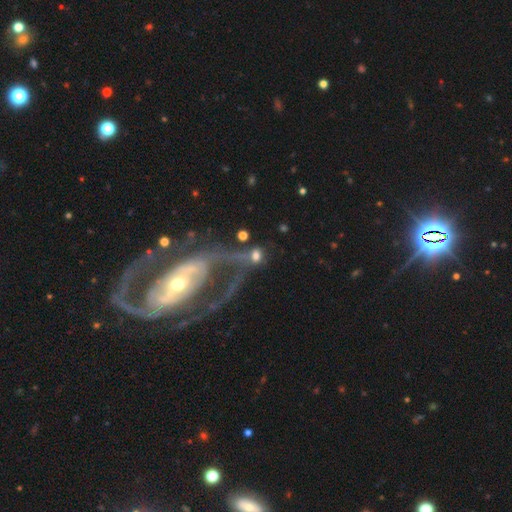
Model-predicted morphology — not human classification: smooth_or_featured: smooth (p=0.56) [alt: featured or disk p=0.29]
how_rounded: round (p=0.67) [alt: in between p=0.30]
merging: none (p=0.46) [alt: merger p=0.20]